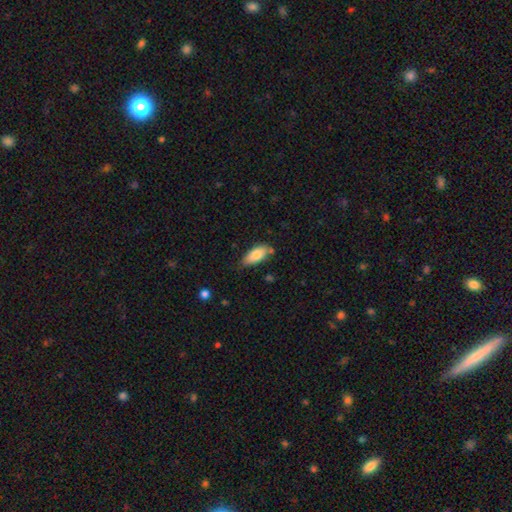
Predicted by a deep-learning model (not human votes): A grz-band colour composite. It shows a smooth galaxy with no disk features (81%) that is in between round and cigar-shaped (86%). Merging: none (68%).